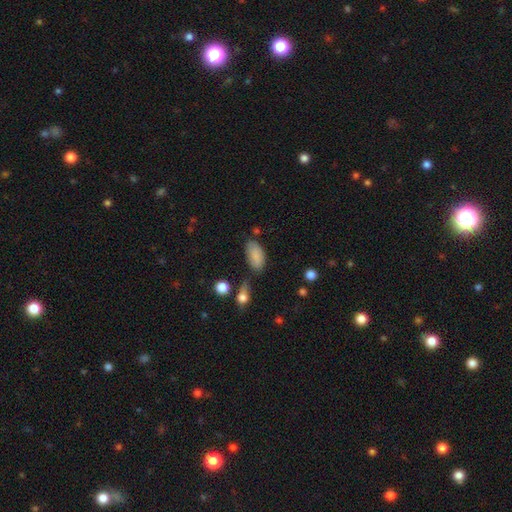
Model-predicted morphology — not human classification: Smooth or featured: smooth — 85% (star or artifact — 7%)
How rounded: in between — 93% (cigar-shaped — 5%)
Merging: none — 63% (minor disturbance — 24%)